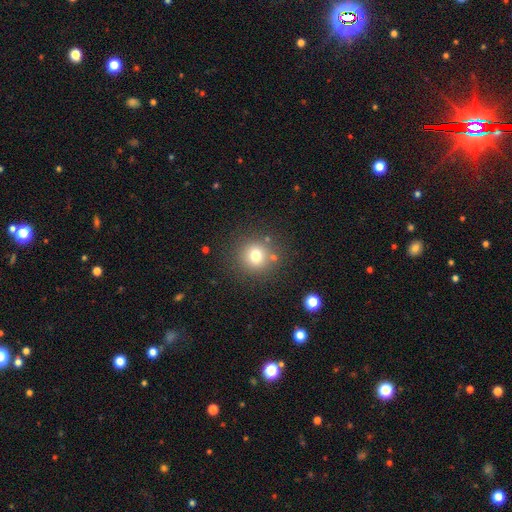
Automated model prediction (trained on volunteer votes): smooth 75%, star or artifact 15%, featured or disk 10%. Down the decision tree: how rounded — round (91%); merging — none (81%).